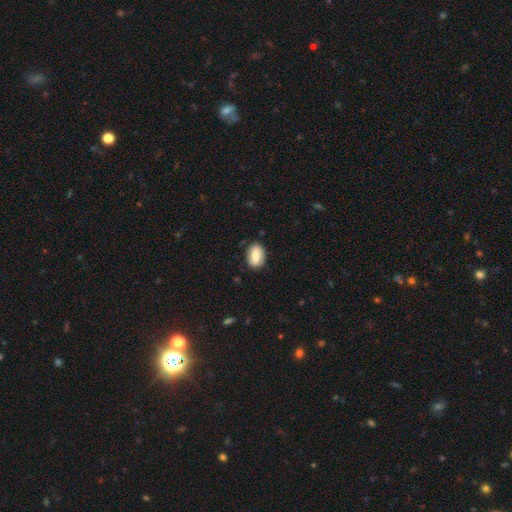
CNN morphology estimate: Smooth or featured?
  - smooth: 67% *
  - featured or disk: 26%
  - star or artifact: 7%
How rounded?
  - in between: 83% *
  - round: 15%
  - cigar-shaped: 2%
Merging?
  - none: 84% *
  - minor disturbance: 12%
  - major disturbance: 3%
  - merger: 1%